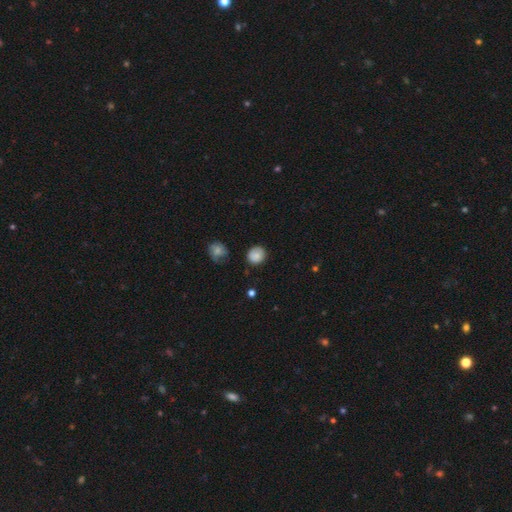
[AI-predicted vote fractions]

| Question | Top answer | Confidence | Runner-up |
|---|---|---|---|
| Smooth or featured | smooth | 84% | star or artifact (9%) |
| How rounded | round | 83% | in between (16%) |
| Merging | none | 80% | minor disturbance (15%) |